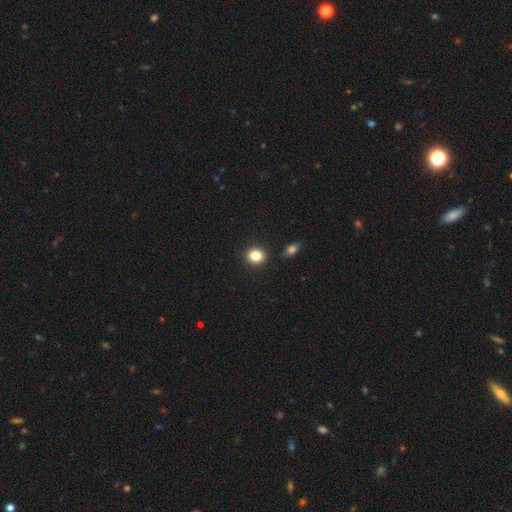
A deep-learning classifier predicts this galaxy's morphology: A smooth galaxy with no disk features (85%) that is round (64%). Merging: none (88%).